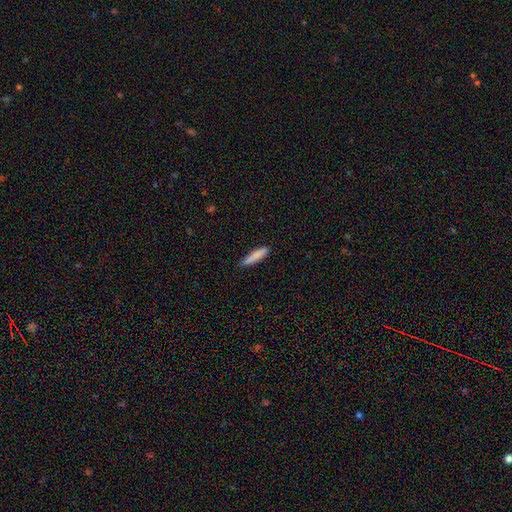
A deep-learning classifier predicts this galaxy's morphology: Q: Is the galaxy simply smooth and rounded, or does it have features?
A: smooth — 84%.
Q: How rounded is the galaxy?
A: cigar-shaped — 85%.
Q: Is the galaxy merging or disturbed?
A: none — 83%.